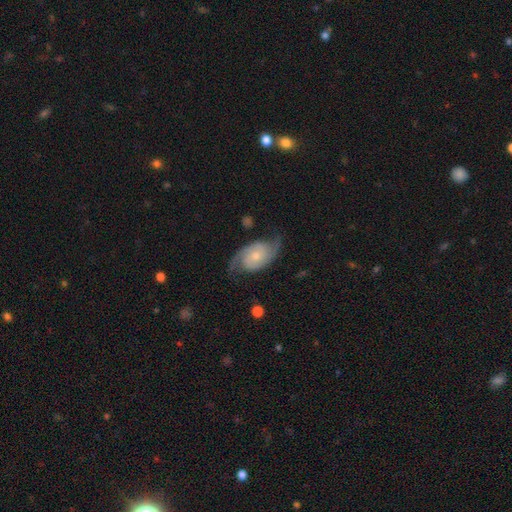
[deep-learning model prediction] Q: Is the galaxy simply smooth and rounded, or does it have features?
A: featured or disk — 82%.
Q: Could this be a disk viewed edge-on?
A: no — 96%.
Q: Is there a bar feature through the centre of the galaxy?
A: no — 70%.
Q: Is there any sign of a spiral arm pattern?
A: yes — 96%.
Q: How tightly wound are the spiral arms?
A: medium — 43%.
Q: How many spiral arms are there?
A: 2 — 90%.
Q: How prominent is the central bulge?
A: small — 53%.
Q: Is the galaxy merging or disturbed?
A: none — 70%.